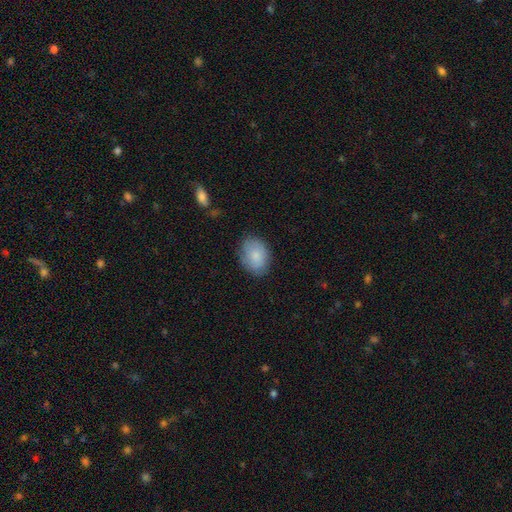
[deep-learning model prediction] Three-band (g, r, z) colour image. It shows a smooth galaxy with no disk features (82%) that is in between round and cigar-shaped (72%). Merging: none (77%).